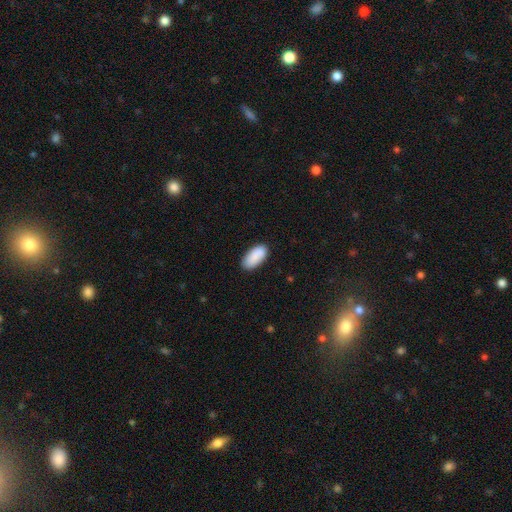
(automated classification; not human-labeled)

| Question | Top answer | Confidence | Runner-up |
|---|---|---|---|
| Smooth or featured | smooth | 90% | star or artifact (6%) |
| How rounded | in between | 93% | cigar-shaped (5%) |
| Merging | none | 85% | minor disturbance (12%) |